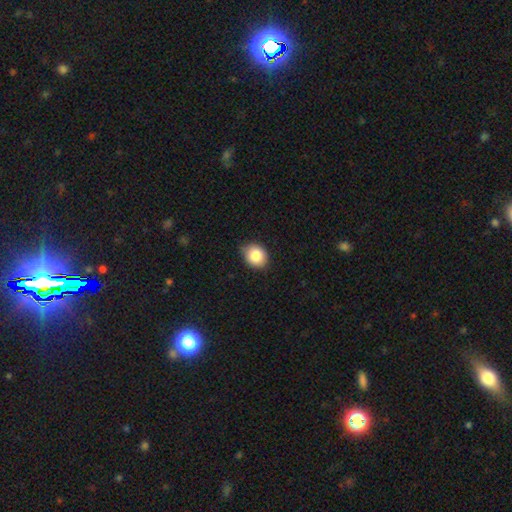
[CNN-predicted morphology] smooth_or_featured: smooth (p=0.84) [alt: star or artifact p=0.09]
how_rounded: round (p=0.61) [alt: in between p=0.38]
merging: none (p=0.75) [alt: minor disturbance p=0.21]